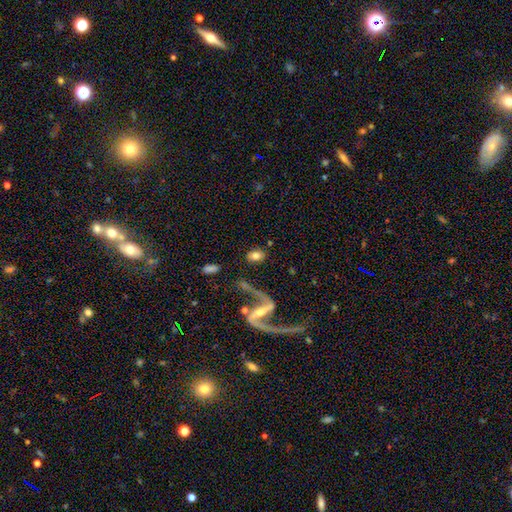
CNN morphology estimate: The model was most divided on "smooth or featured": smooth: 64%, featured or disk: 28%, star or artifact: 8%. More confident: how rounded — in between (84%); merging — none (74%).